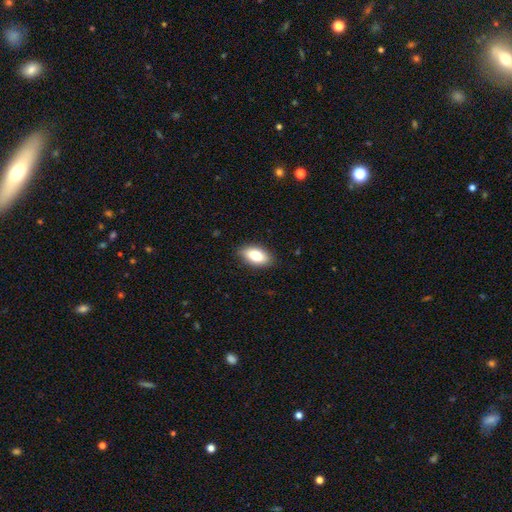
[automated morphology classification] smooth 81%, featured or disk 12%, star or artifact 7%. Down the decision tree: how rounded — in between (91%); merging — none (86%).